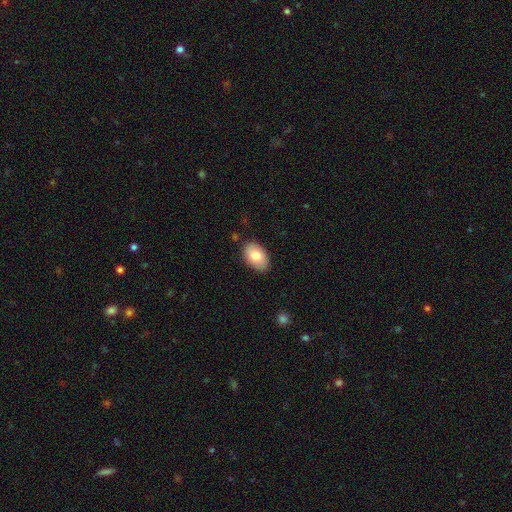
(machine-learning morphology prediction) smooth 81%, featured or disk 13%, star or artifact 7%. Down the decision tree: how rounded — in between (91%); merging — none (84%).